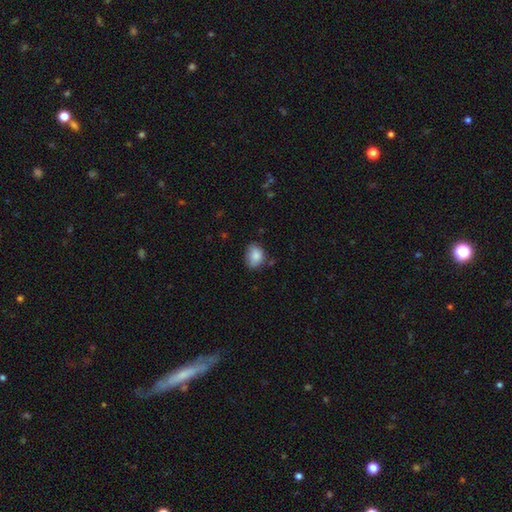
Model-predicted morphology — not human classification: This is clearly a smooth galaxy (85%). How rounded: likely in between (63%). Merging: likely none (62%).